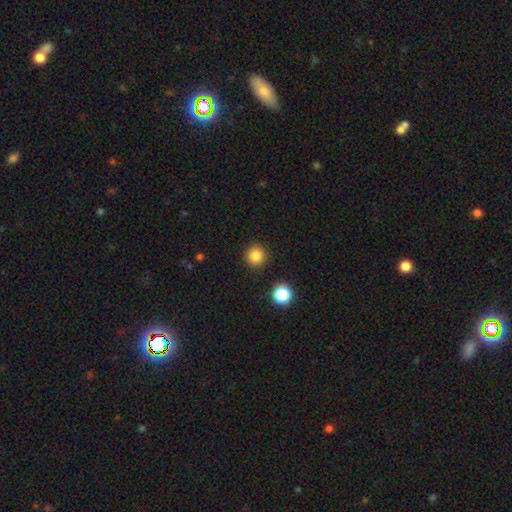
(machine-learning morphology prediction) This is clearly a smooth galaxy (84%). How rounded: clearly round (93%). Merging: clearly none (90%).